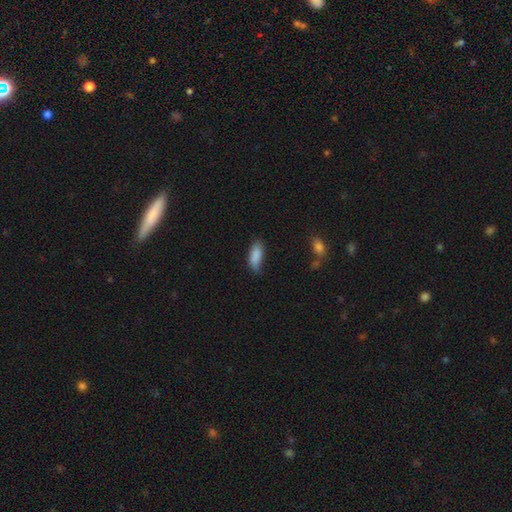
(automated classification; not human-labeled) The model was most divided on "merging": none: 66%, minor disturbance: 27%, major disturbance: 5%, merger: 2%. More confident: smooth or featured — smooth (87%); how rounded — in between (76%).